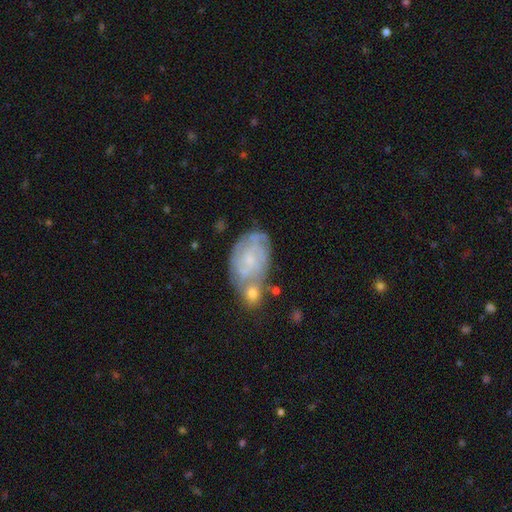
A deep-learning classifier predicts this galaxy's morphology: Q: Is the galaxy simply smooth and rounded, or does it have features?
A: featured or disk — 71%.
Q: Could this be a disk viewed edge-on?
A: no — 97%.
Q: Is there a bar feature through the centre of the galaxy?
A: no — 68%.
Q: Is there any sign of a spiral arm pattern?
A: yes — 84%.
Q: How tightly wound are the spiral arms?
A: tight — 56%.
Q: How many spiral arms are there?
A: can't tell — 47%.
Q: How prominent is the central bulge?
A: small — 61%.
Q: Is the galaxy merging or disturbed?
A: none — 41%.